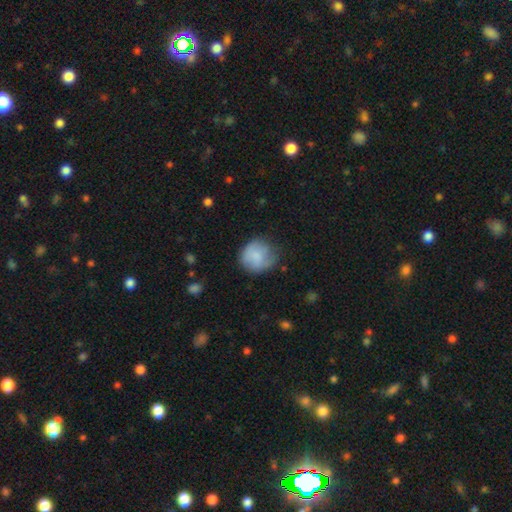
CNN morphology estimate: This appears to be a smooth galaxy with no disk features (75%) that is round (86%). Merging: none (60%).